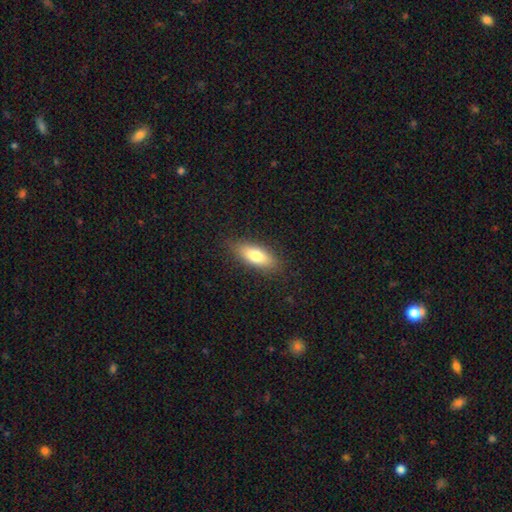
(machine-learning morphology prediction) Smooth or featured? smooth (76%)
How rounded? in between (71%)
Merging? none (85%)